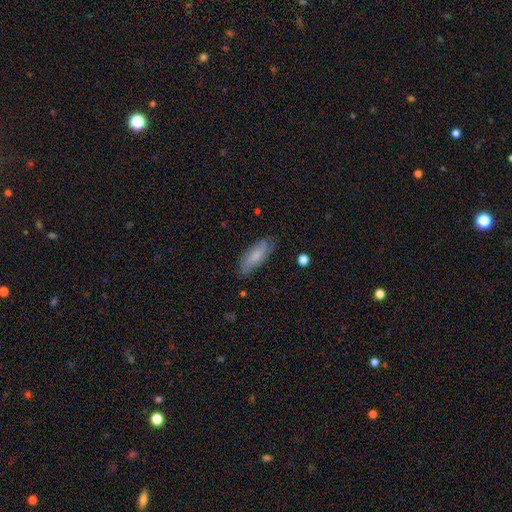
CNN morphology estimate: Smooth or featured: smooth — 69% (featured or disk — 25%)
How rounded: in between — 65% (cigar-shaped — 33%)
Merging: none — 77% (minor disturbance — 18%)